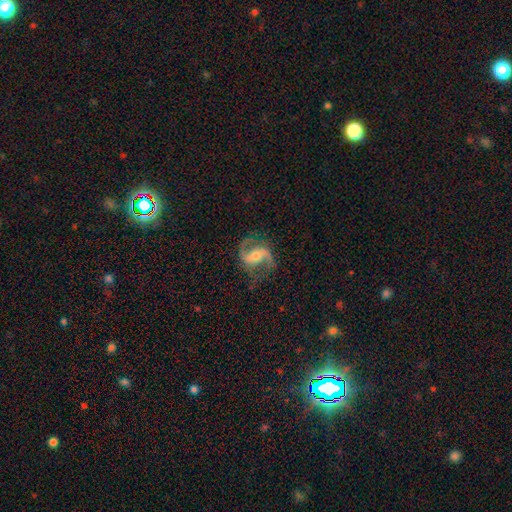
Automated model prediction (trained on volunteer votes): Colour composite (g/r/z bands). It shows a featured or disk galaxy (89%) with a weak bar (40%), 2 (93%) medium (45%, tied with loose) spiral arms (97%) and a moderate central bulge (53%). Merging: none (77%).